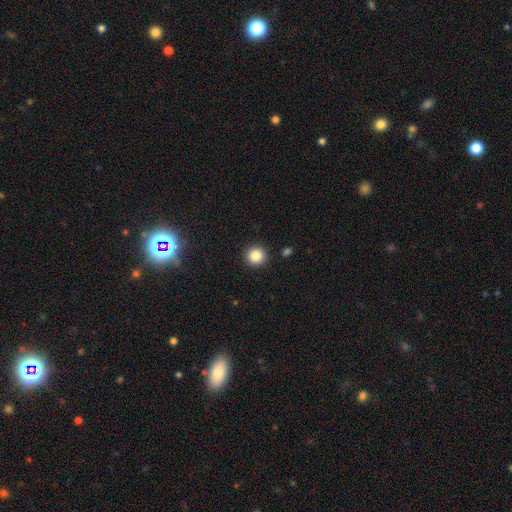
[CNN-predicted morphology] smooth-or-featured: smooth: 86% | star or artifact: 10% | featured or disk: 4%
  how-rounded: round: 94% | in between: 5% | cigar-shaped: 1%
  merging: none: 92% | minor disturbance: 5% | major disturbance: 2% | merger: 1%